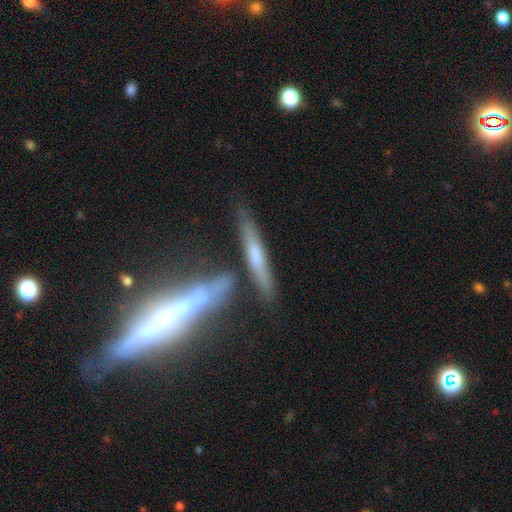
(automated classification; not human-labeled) smooth-or-featured: smooth: 48% | featured or disk: 45% | star or artifact: 7%
  merging: none: 62% | merger: 18% | minor disturbance: 15% | major disturbance: 5%